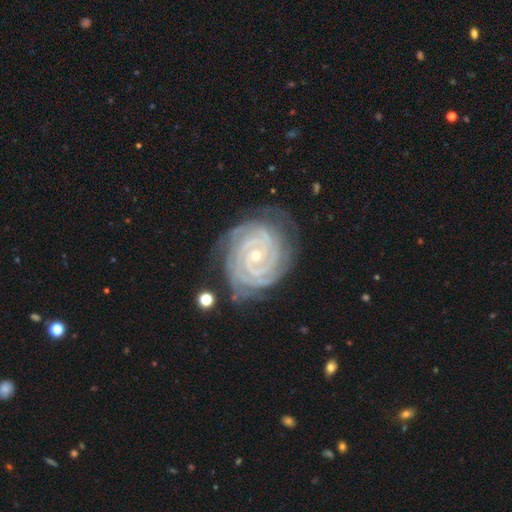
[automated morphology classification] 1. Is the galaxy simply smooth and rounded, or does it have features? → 92% featured or disk, 5% star or artifact, 3% smooth.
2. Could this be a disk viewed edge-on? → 98% no, 2% yes.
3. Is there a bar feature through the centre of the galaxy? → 60% no, 26% weak, 14% strong.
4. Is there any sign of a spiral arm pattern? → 99% yes, 1% no.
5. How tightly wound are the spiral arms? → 88% tight, 11% medium, 1% loose.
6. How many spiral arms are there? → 29% 2, 24% 3, 18% 4, 14% can't tell, 9% more than 4, 7% 1.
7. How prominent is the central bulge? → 75% small, 22% moderate, 1% none, 1% large, 1% dominant.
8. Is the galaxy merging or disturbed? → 77% none, 16% minor disturbance, 5% major disturbance, 2% merger.